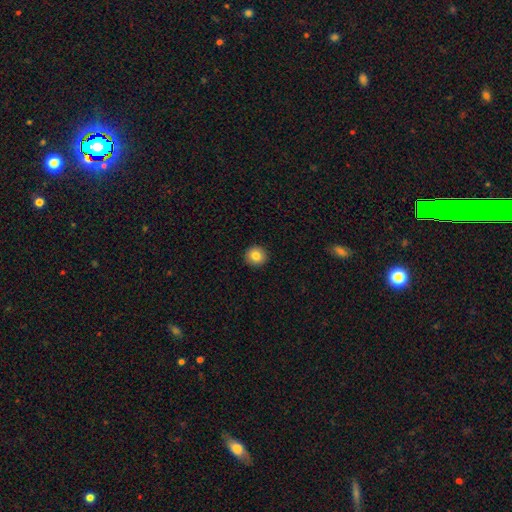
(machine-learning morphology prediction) Smooth or featured?
  - smooth: 84% *
  - star or artifact: 9%
  - featured or disk: 7%
How rounded?
  - round: 91% *
  - in between: 8%
  - cigar-shaped: 1%
Merging?
  - none: 93% *
  - minor disturbance: 5%
  - major disturbance: 1%
  - merger: 1%